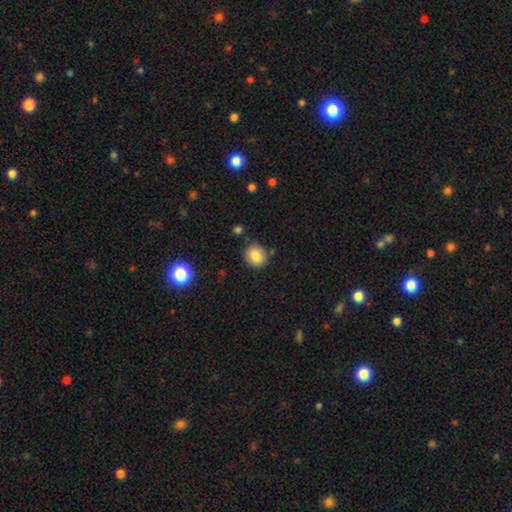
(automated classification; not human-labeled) This is clearly a smooth galaxy (82%). How rounded: clearly round (80%). Merging: clearly none (82%).